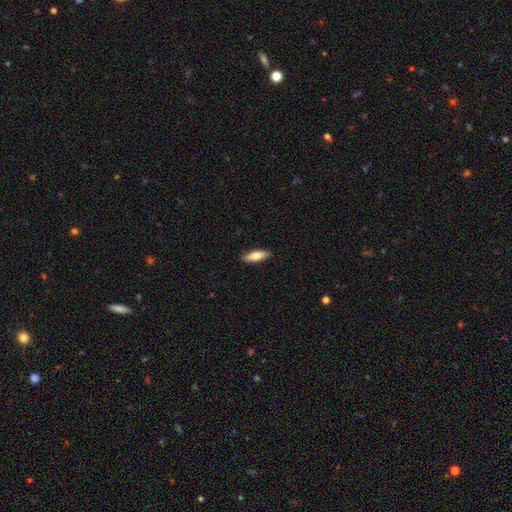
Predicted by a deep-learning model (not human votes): Overall: smooth (75%). How rounded: in between (54%; cigar-shaped 44%). Merging: none (89%).